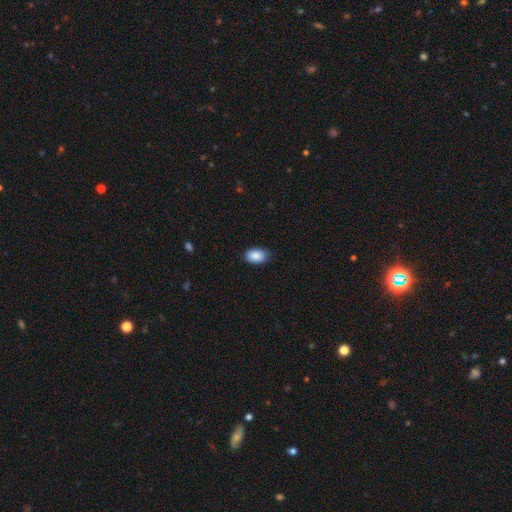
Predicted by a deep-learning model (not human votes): Smooth or featured?
  - smooth: 89% *
  - star or artifact: 7%
  - featured or disk: 4%
How rounded?
  - in between: 92% *
  - round: 7%
  - cigar-shaped: 1%
Merging?
  - none: 83% *
  - minor disturbance: 14%
  - major disturbance: 2%
  - merger: 1%